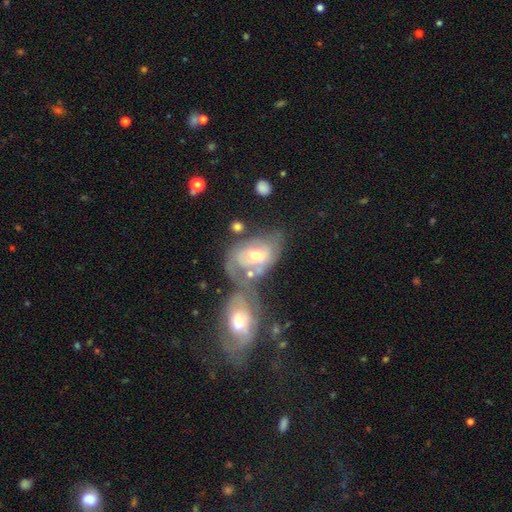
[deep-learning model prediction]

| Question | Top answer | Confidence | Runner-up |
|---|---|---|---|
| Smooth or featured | featured or disk | 64% | smooth (29%) |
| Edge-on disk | no | 95% | yes (5%) |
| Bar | no | 56% | weak (34%) |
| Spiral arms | yes | 70% | no (30%) |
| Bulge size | moderate | 69% | large (17%) |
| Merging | merger | 60% | none (17%) |